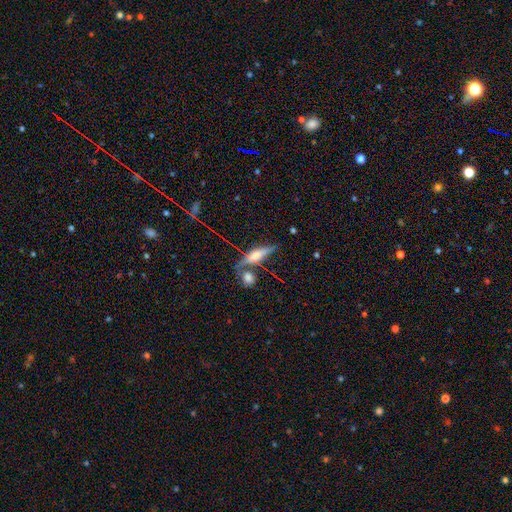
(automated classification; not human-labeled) smooth_or_featured: featured or disk (p=0.53) [alt: smooth p=0.37]
disk_edge_on: yes (p=0.90) [alt: no p=0.10]
merging: none (p=0.59) [alt: merger p=0.20]